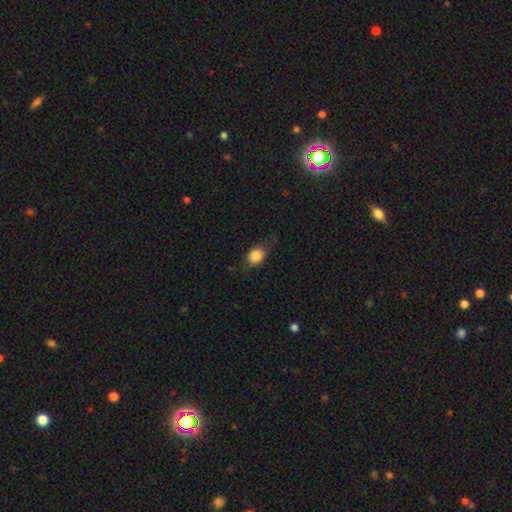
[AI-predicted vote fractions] Overall: smooth (82%). How rounded: round (58%; in between 40%). Merging: none (66%).